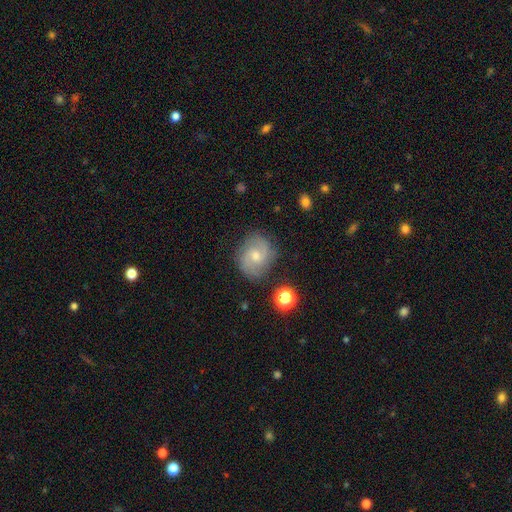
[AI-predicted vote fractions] This appears to be a featured or disk galaxy (70%) with no bar (54%), 2 (81%) medium (50%) spiral arms (93%) and a moderate central bulge (50%). Merging: none (79%).